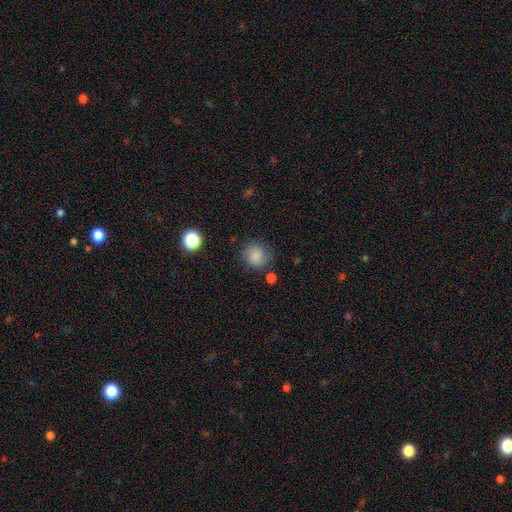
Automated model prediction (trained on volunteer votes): This is clearly a smooth galaxy (82%). How rounded: clearly round (86%). Merging: likely none (75%).